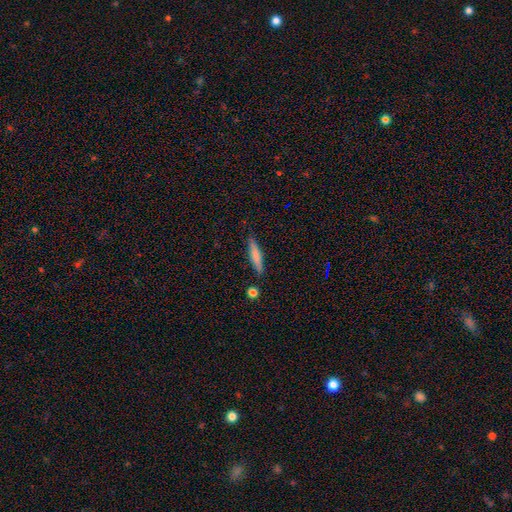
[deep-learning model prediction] Smooth or featured: smooth — 69% (featured or disk — 24%)
How rounded: cigar-shaped — 86% (in between — 12%)
Merging: none — 82% (minor disturbance — 12%)